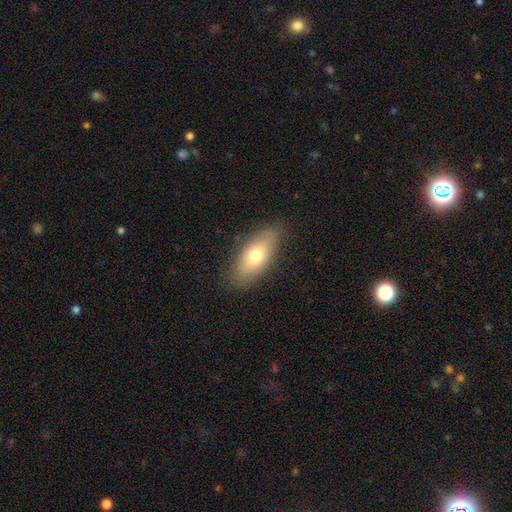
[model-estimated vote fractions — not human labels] Smooth or featured? smooth (71%)
How rounded? in between (83%)
Merging? none (84%)